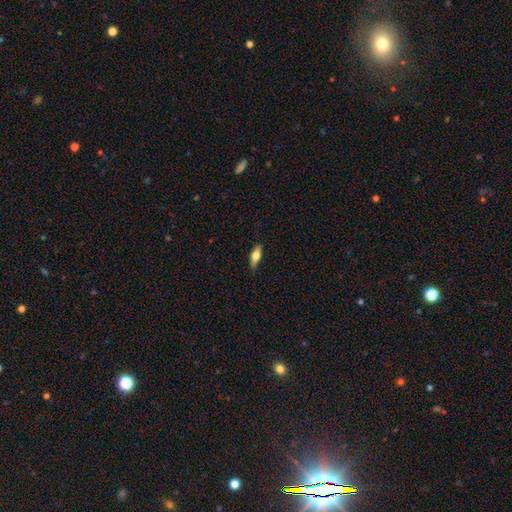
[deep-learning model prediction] Q: Smooth or featured?
A: smooth (58%); runner-up: featured or disk (35%)
Q: How rounded?
A: in between (56%); runner-up: cigar-shaped (40%)
Q: Merging?
A: none (80%); runner-up: minor disturbance (16%)